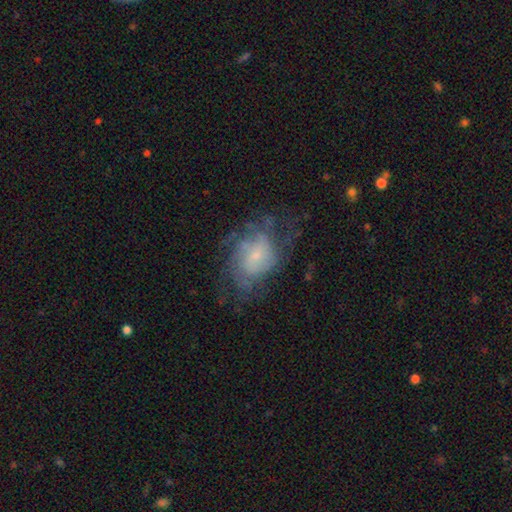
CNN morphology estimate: smooth-or-featured: featured or disk: 65% | smooth: 25% | star or artifact: 9%
  disk-edge-on: no: 97% | yes: 3%
    bar: no: 63% | weak: 32% | strong: 5%
    has-spiral-arms: yes: 76% | no: 24%
    bulge-size: small: 65% | moderate: 23% | none: 8% | large: 4% | dominant: 1%
  merging: none: 53% | major disturbance: 23% | minor disturbance: 22% | merger: 2%